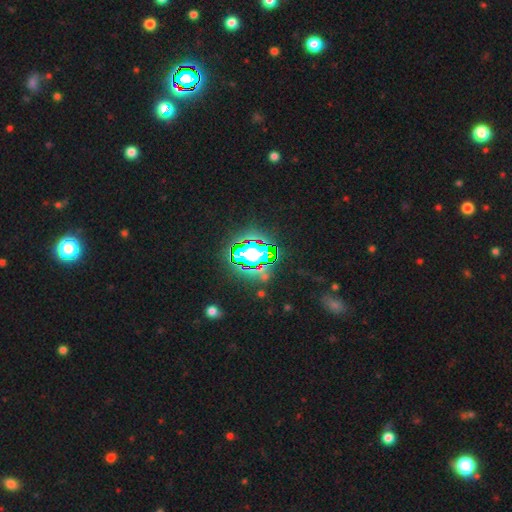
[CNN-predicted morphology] star or artifact 79%, smooth 13%, featured or disk 9%.